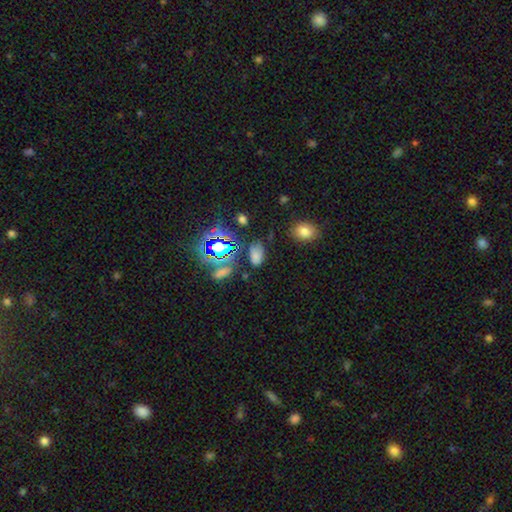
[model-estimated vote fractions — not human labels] Morphology: type=smooth (62%); roundness=in between (89%); merging=none (65%).